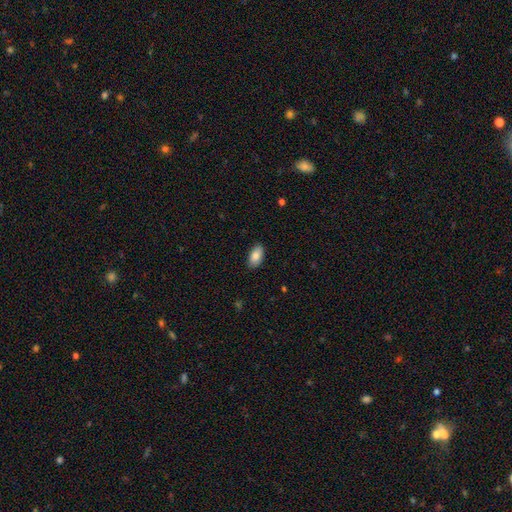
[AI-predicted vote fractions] Smooth or featured? smooth (84%)
How rounded? in between (94%)
Merging? none (87%)